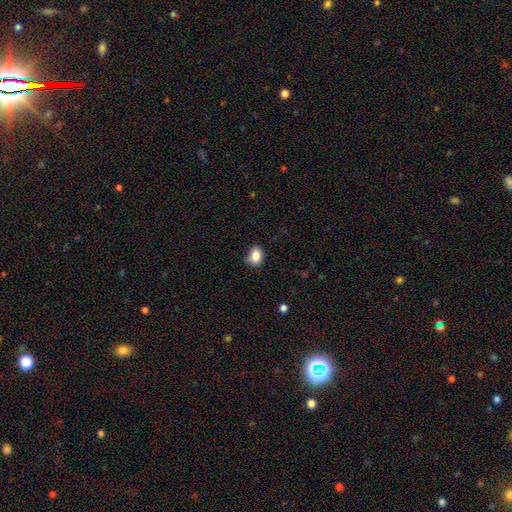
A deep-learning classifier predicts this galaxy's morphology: Smooth or featured?
  - smooth: 85% *
  - star or artifact: 9%
  - featured or disk: 5%
How rounded?
  - in between: 72% *
  - round: 26%
  - cigar-shaped: 1%
Merging?
  - none: 72% *
  - minor disturbance: 22%
  - major disturbance: 4%
  - merger: 2%